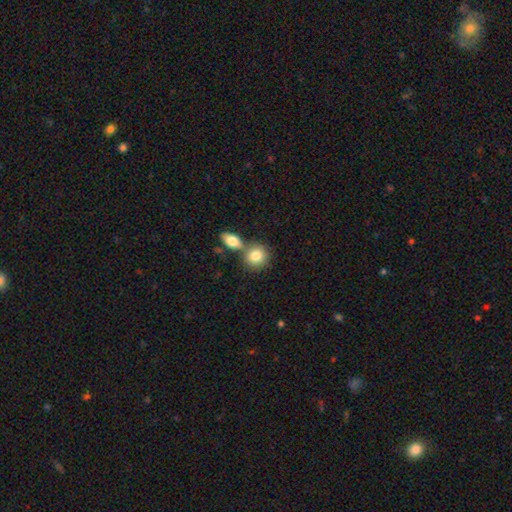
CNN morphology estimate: A smooth galaxy with no disk features (83%) that is round (72%). Merging: none (50%).